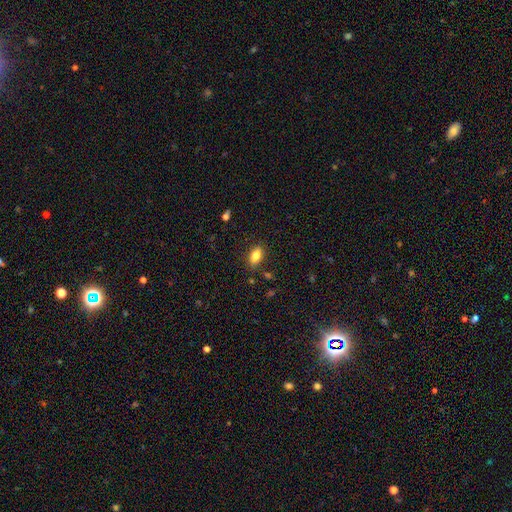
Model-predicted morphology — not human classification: Overall: smooth (83%). How rounded: in between (88%). Merging: none (84%).